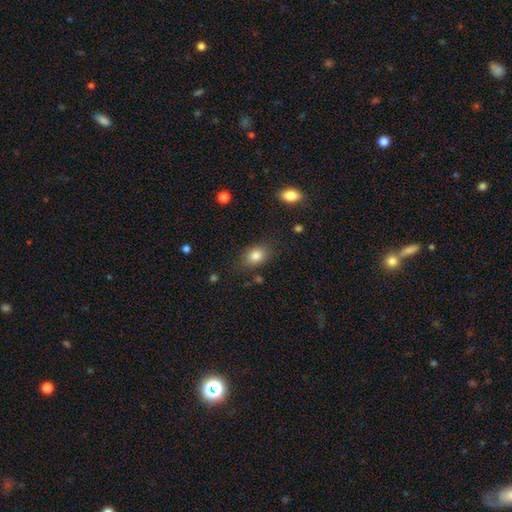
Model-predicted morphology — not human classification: A smooth galaxy with no disk features (83%) that is in between round and cigar-shaped (69%). Merging: none (80%).